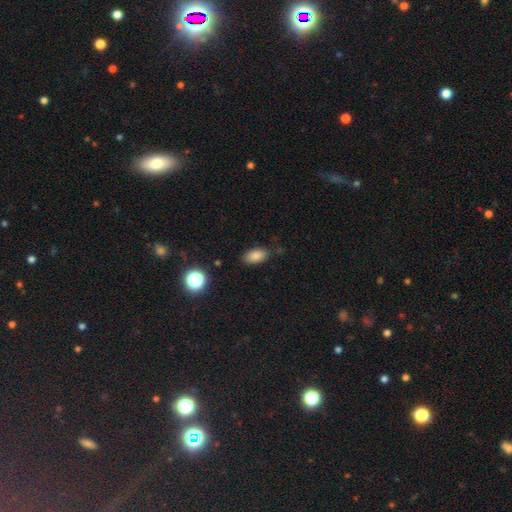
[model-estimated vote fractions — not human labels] This appears to be a smooth galaxy with no disk features (84%) that is in between round and cigar-shaped (91%). Merging: none (78%).